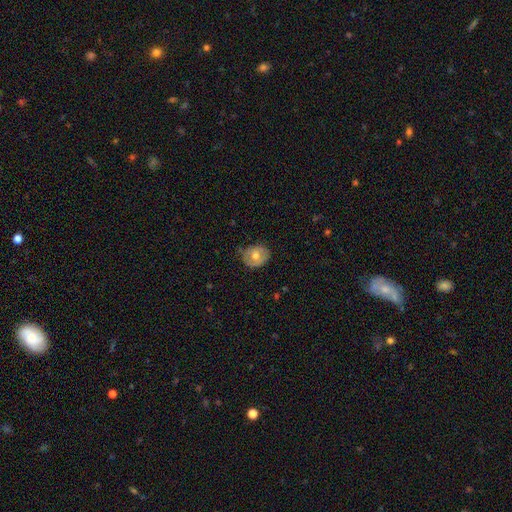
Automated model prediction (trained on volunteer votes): smooth 54%, featured or disk 39%, star or artifact 7%. Down the decision tree: how rounded — round (64%); merging — none (72%).